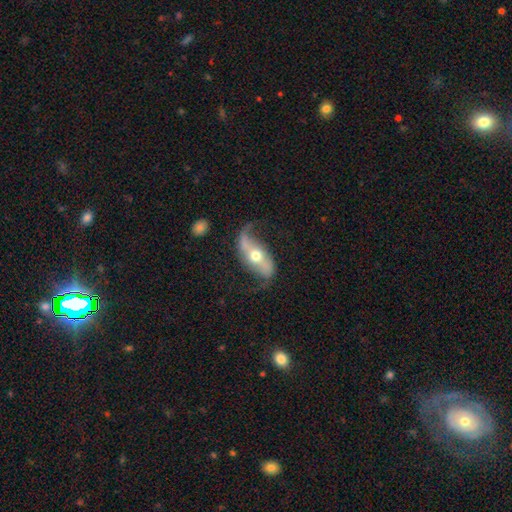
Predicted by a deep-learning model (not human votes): A featured or disk galaxy (82%) with no bar (39%), 2 (89%) loose (84%) spiral arms (91%) and a moderate central bulge (73%).

Vote fractions:
- Smooth or featured? featured or disk: 82% / smooth: 13% / star or artifact: 5%
- Edge-on disk? no: 90% / yes: 10%
- Bar? no: 39% / strong: 34% / weak: 27%
- Spiral arms? yes: 91% / no: 9%
- Spiral winding? loose: 84% / medium: 12% / tight: 4%
- Spiral arm count? 2: 89% / 1: 6% / can't tell: 2% / 3: 1% / 4: 1% / more than 4: 1%
- Bulge size? moderate: 73% / small: 19% / large: 6% / dominant: 1% / none: 1%
- Merging? none: 62% / minor disturbance: 20% / major disturbance: 15% / merger: 3%